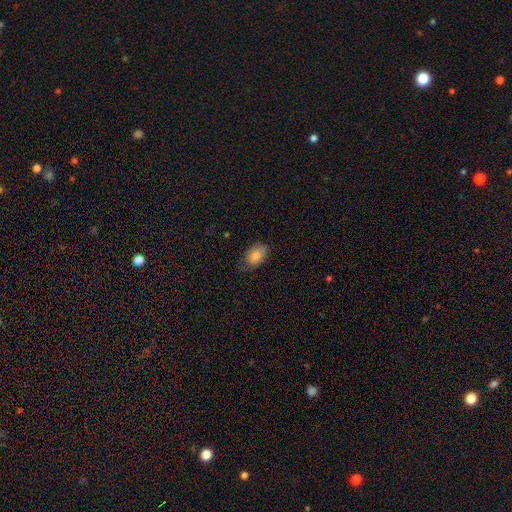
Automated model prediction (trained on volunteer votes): This is clearly a smooth galaxy (82%). How rounded: clearly in between (88%). Merging: likely none (64%).